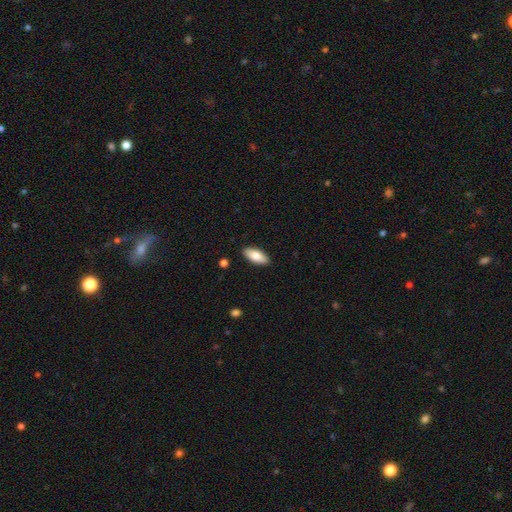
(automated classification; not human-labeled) A smooth galaxy with no disk features (79%) that is in between round and cigar-shaped (84%).

Vote fractions:
- Smooth or featured? smooth: 79% / featured or disk: 15% / star or artifact: 6%
- How rounded? in between: 84% / cigar-shaped: 14% / round: 2%
- Merging? none: 89% / minor disturbance: 8% / major disturbance: 2% / merger: 1%